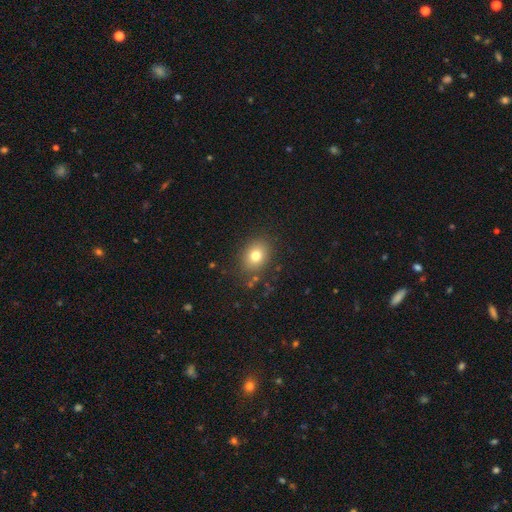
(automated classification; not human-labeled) Overall: smooth (78%). How rounded: round (55%; in between 44%). Merging: none (84%).